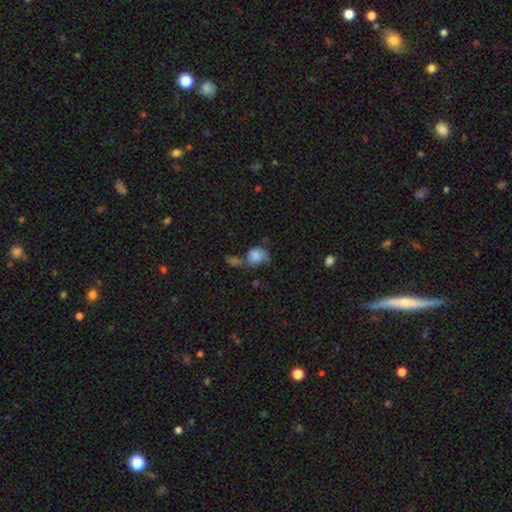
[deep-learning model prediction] A smooth galaxy with no disk features (73%) that is round (55%). Merging: merger (36%).